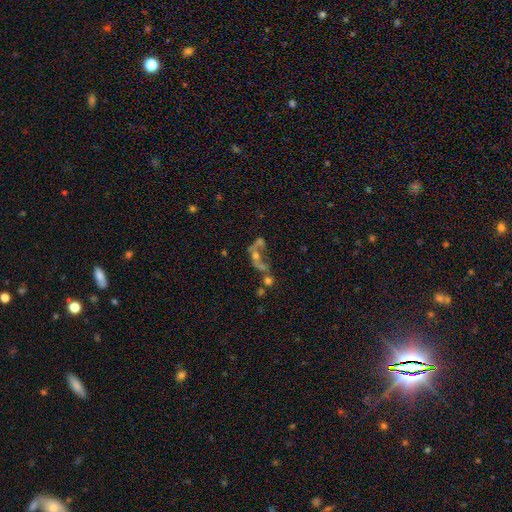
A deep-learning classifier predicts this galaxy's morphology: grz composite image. It shows a featured or disk galaxy (44%). Merging: merger (51%).